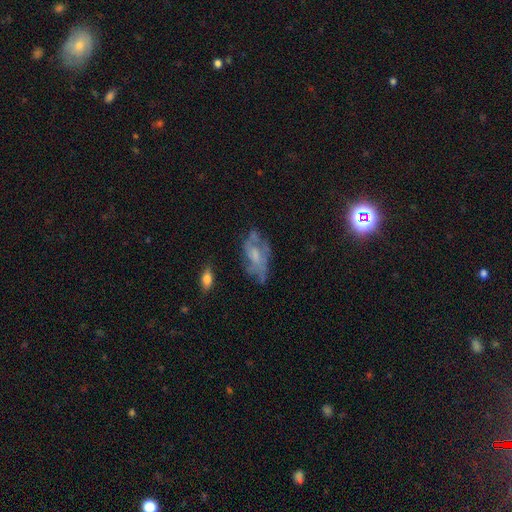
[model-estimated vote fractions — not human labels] Morphology: type=featured or disk (59%); edge-on=no (93%); bar=no (72%); spiral arms=no (52%); bulge=small (37%); merging=none (49%).